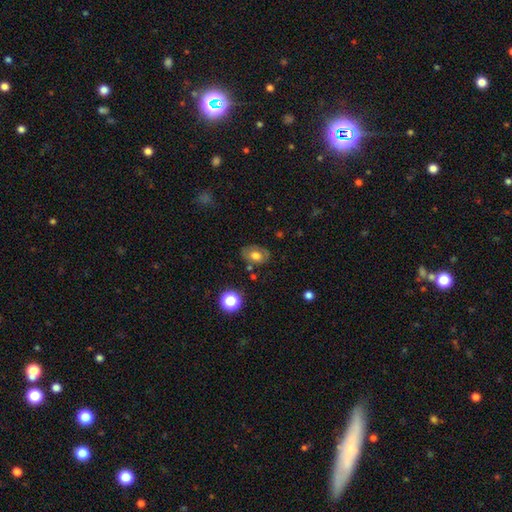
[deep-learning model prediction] smooth_or_featured: smooth (p=0.61) [alt: featured or disk p=0.29]
how_rounded: in between (p=0.79) [alt: round p=0.20]
merging: none (p=0.74) [alt: minor disturbance p=0.18]